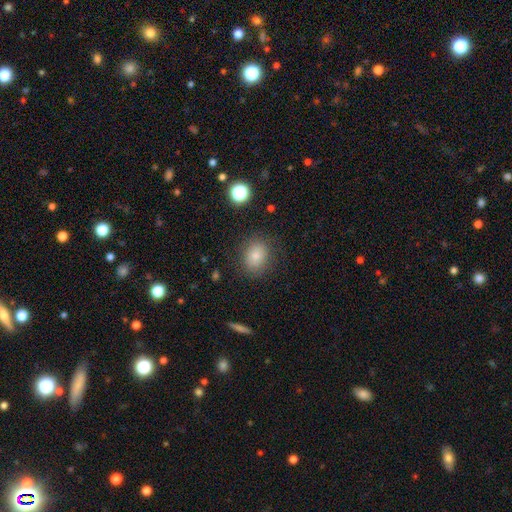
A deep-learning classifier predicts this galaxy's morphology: Smooth or featured? Predicted: smooth (p=0.81). How rounded? Predicted: round (p=0.51). Merging? Predicted: none (p=0.83).